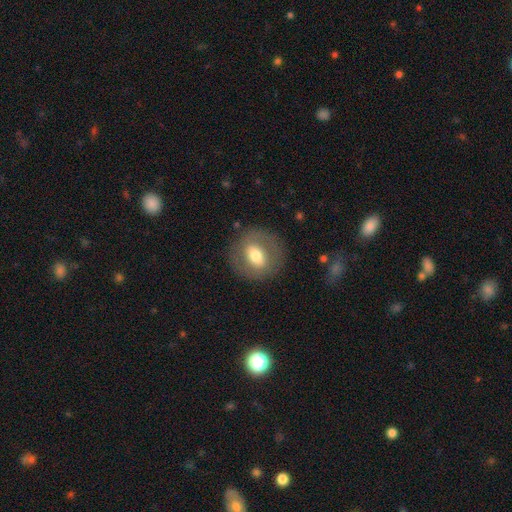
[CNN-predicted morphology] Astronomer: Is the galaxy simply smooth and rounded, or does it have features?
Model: smooth — 54% (runner-up: featured or disk, 38%).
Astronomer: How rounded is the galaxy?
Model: round — 69%.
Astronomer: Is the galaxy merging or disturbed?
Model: none — 82%.